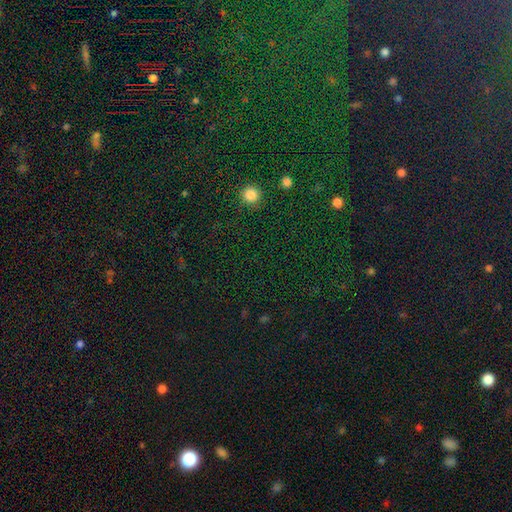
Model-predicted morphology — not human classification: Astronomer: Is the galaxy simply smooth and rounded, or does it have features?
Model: star or artifact — 78%.